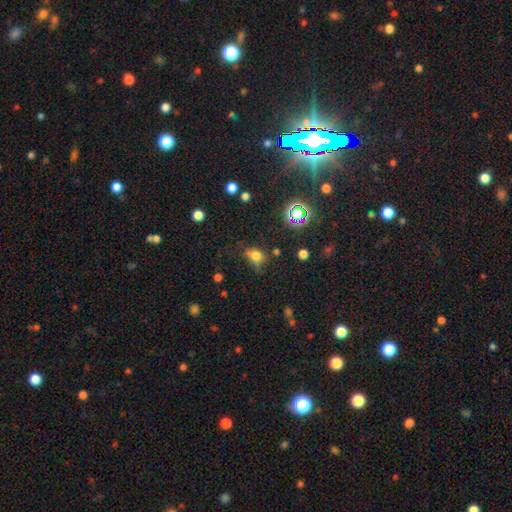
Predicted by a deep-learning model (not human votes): smooth_or_featured: smooth (p=0.71) [alt: star or artifact p=0.20]
how_rounded: in between (p=0.50) [alt: round p=0.48]
merging: none (p=0.56) [alt: minor disturbance p=0.26]